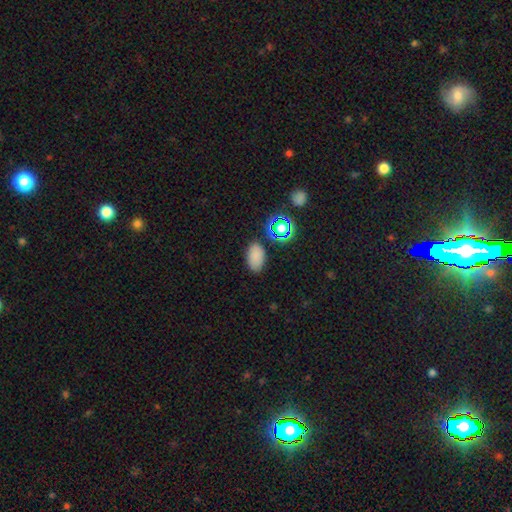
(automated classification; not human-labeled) Smooth or featured: smooth — 80% (star or artifact — 15%)
How rounded: in between — 90% (round — 8%)
Merging: none — 83% (minor disturbance — 11%)